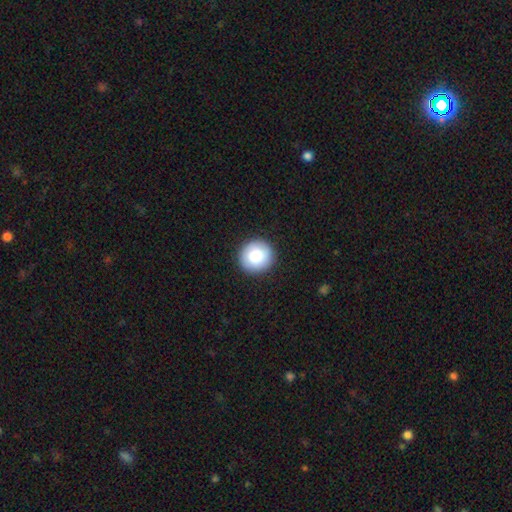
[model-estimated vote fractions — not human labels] Smooth or featured? Predicted: smooth (p=0.83). How rounded? Predicted: round (p=0.93). Merging? Predicted: none (p=0.91).